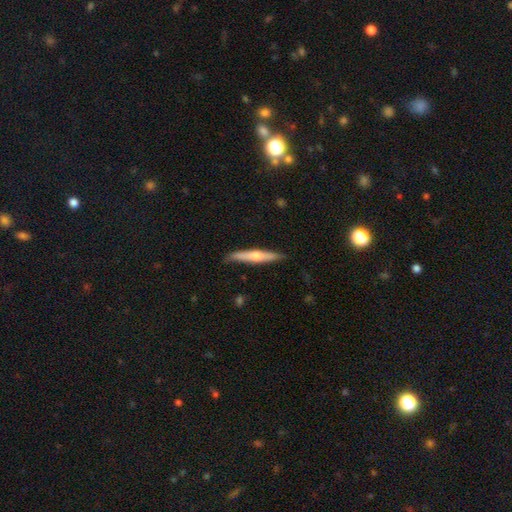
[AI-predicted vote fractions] This appears to be a featured or disk galaxy (50%) viewed edge-on (95%). Merging: none (85%).